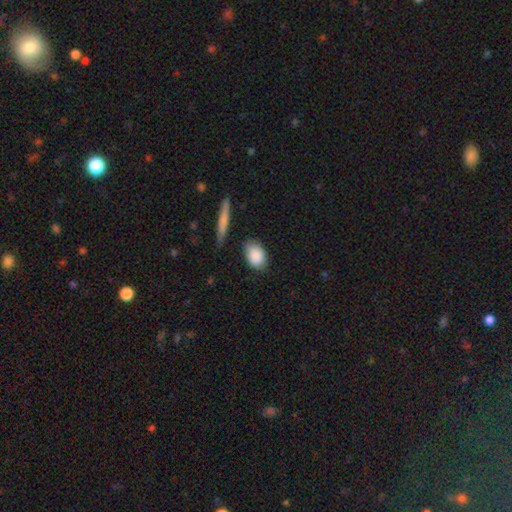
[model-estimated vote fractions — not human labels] The model was most divided on "merging": none: 75%, minor disturbance: 18%, major disturbance: 4%, merger: 4%. More confident: smooth or featured — smooth (88%); how rounded — in between (81%).